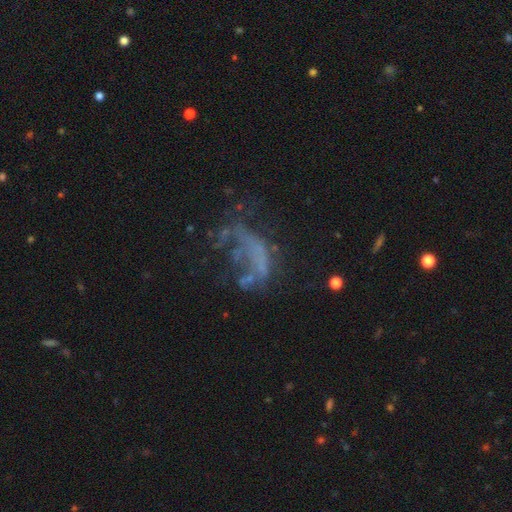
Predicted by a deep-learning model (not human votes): This is possibly a featured or disk galaxy (54%). It is clearly not viewed edge-on (95%). Bar: clearly no (91%). Spiral arm pattern: clearly no (91%). Central bulge: clearly none (87%). Merging: possibly major disturbance (47%).